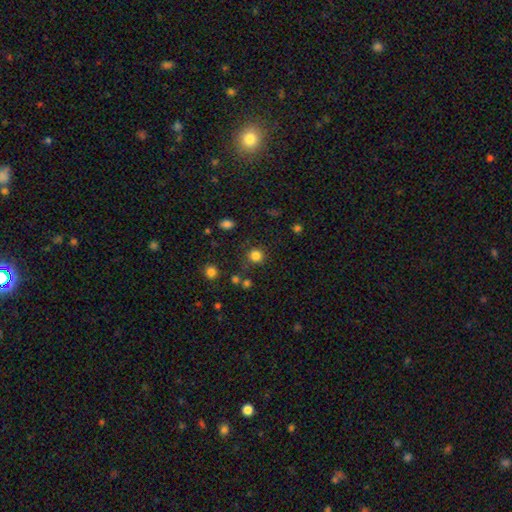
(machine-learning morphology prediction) A smooth galaxy with no disk features (82%) that is round (91%).

Vote fractions:
- Smooth or featured? smooth: 82% / star or artifact: 14% / featured or disk: 4%
- How rounded? round: 91% / in between: 8% / cigar-shaped: 1%
- Merging? none: 81% / minor disturbance: 10% / merger: 5% / major disturbance: 4%